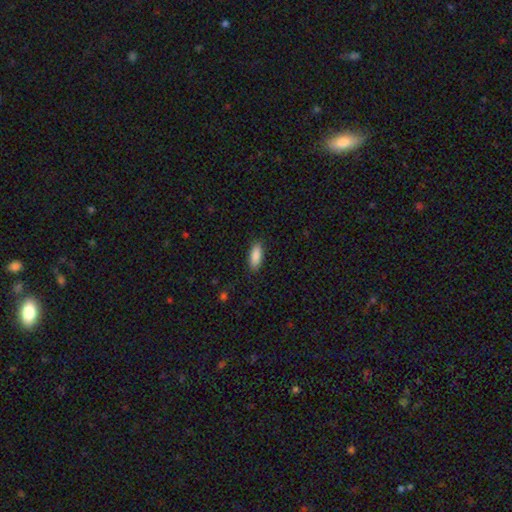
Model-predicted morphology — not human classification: The model was most divided on "how rounded": in between: 75%, cigar-shaped: 23%, round: 2%. More confident: smooth or featured — smooth (89%); merging — none (88%).